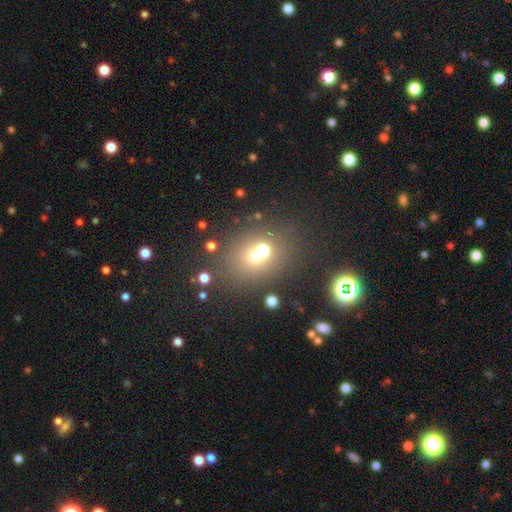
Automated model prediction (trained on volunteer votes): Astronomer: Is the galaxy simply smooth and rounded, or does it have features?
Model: smooth — 58%.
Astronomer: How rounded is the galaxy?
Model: round — 67%.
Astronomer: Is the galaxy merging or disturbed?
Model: none — 47% (runner-up: merger, 39%).